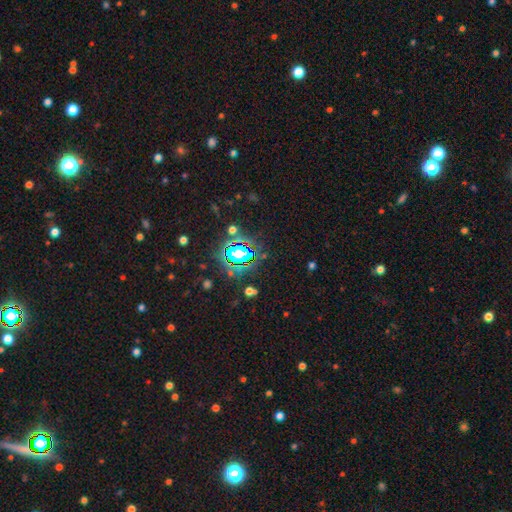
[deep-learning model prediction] Morphology: type=star or artifact (80%).